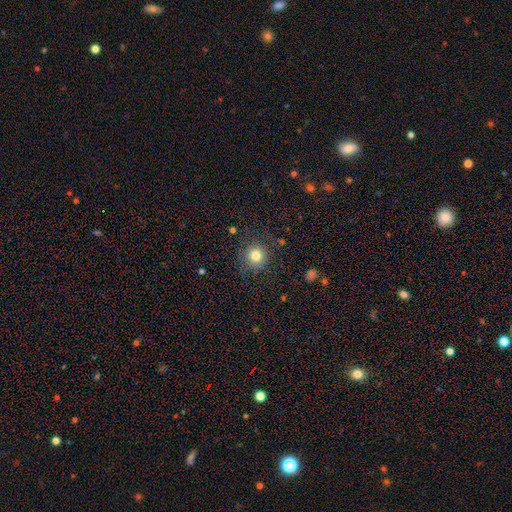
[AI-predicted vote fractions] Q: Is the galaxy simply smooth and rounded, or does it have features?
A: smooth — 79%.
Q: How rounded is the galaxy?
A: round — 92%.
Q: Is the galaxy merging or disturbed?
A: none — 82%.